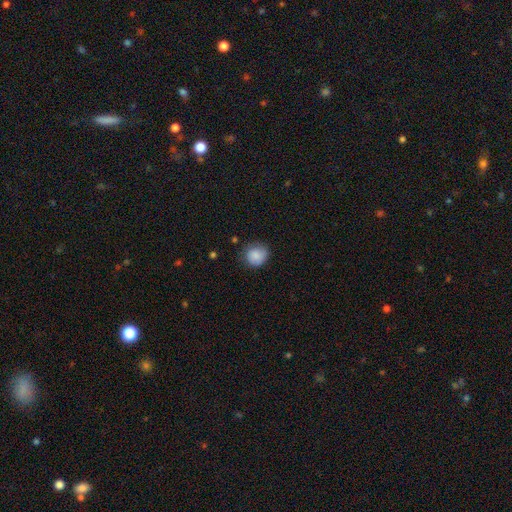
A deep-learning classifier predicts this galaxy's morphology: Q: Smooth or featured?
A: smooth (86%); runner-up: star or artifact (8%)
Q: How rounded?
A: round (86%); runner-up: in between (13%)
Q: Merging?
A: none (74%); runner-up: minor disturbance (20%)